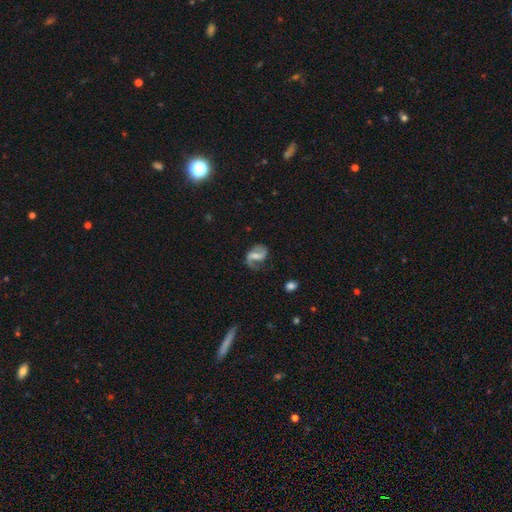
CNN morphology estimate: Q: Smooth or featured?
A: featured or disk (79%); runner-up: smooth (14%)
Q: Edge-on disk?
A: no (98%); runner-up: yes (2%)
Q: Bar?
A: weak (46%); runner-up: strong (36%)
Q: Spiral arms?
A: yes (93%); runner-up: no (7%)
Q: Spiral winding?
A: loose (53%); runner-up: medium (37%)
Q: Spiral arm count?
A: 2 (81%); runner-up: 1 (14%)
Q: Bulge size?
A: small (37%); runner-up: moderate (29%)
Q: Merging?
A: none (65%); runner-up: minor disturbance (19%)